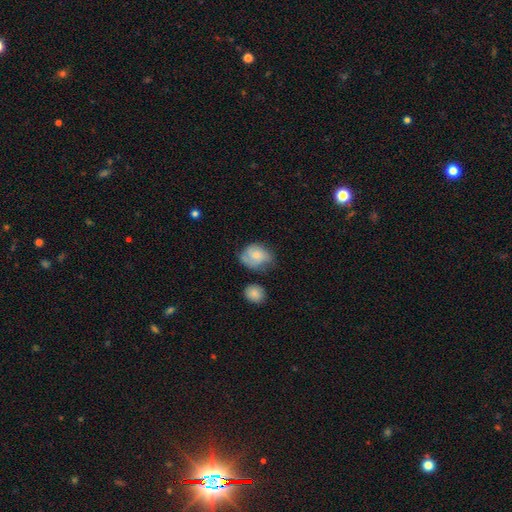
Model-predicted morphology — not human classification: type=smooth (60%); roundness=in between (51%); merging=none (45%).